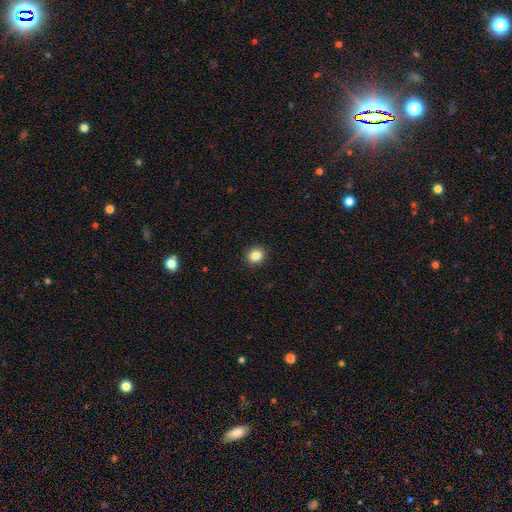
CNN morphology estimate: A smooth galaxy with no disk features (84%) that is round (81%). Merging: none (92%).